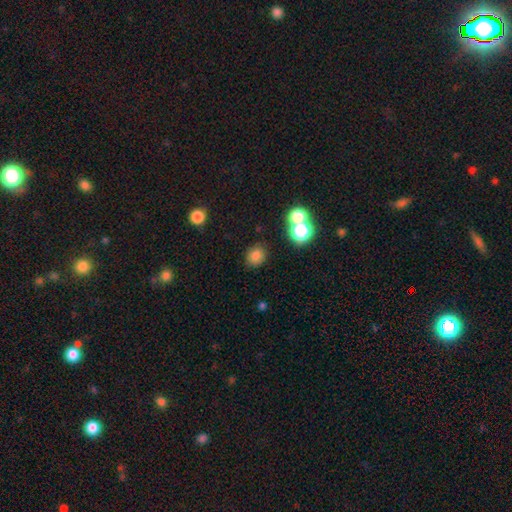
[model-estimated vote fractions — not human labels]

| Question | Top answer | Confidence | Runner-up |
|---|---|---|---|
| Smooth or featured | smooth | 79% | star or artifact (15%) |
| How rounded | round | 69% | in between (30%) |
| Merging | none | 82% | minor disturbance (9%) |